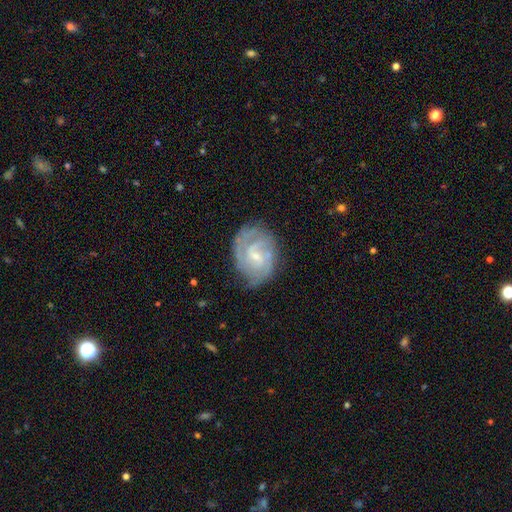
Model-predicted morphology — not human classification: Smooth or featured? Predicted: featured or disk (p=0.83). Edge-on disk? Predicted: no (p=0.98). Bar? Predicted: weak (p=0.52). Spiral arms? Predicted: yes (p=0.95). Spiral winding? Predicted: tight (p=0.56). Spiral arm count? Predicted: 2 (p=0.44). Bulge size? Predicted: small (p=0.70). Merging? Predicted: none (p=0.71).